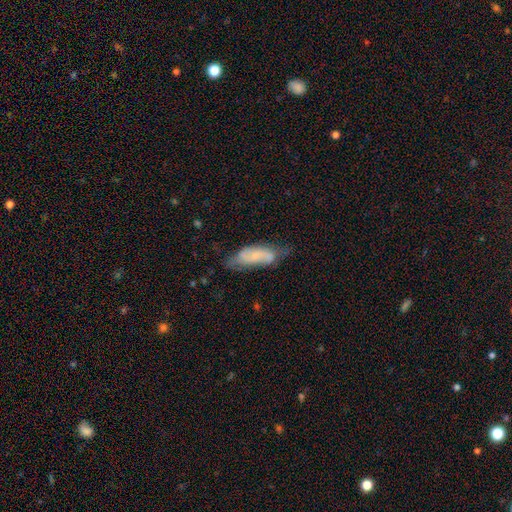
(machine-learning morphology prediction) smooth 51%, featured or disk 41%, star or artifact 8%. Down the decision tree: how rounded — in between (67%); merging — none (49%).